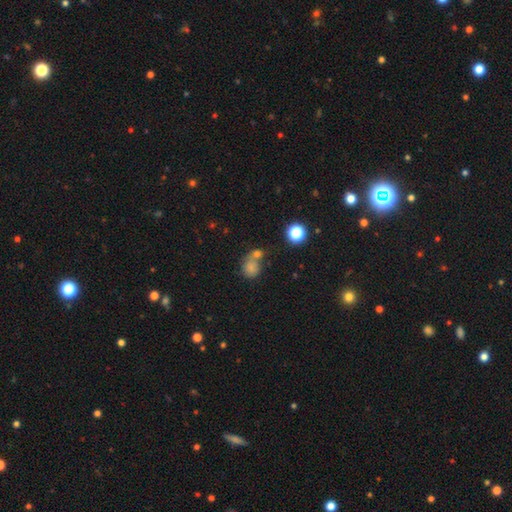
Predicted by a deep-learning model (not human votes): Smooth or featured: smooth — 56% (star or artifact — 33%)
How rounded: round — 77% (in between — 21%)
Merging: none — 54% (merger — 27%)